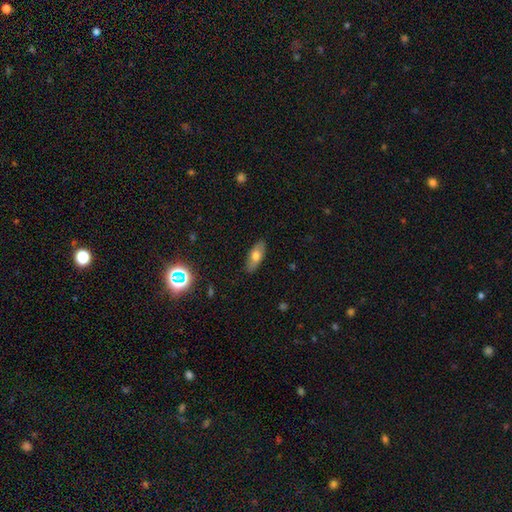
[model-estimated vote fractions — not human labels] Smooth or featured? Predicted: smooth (p=0.68). How rounded? Predicted: in between (p=0.83). Merging? Predicted: none (p=0.85).